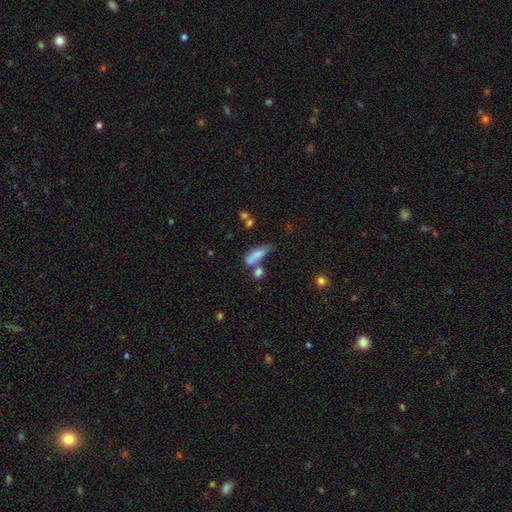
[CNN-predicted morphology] Smooth or featured? smooth (73%)
How rounded? cigar-shaped (50%)
Merging? none (37%)